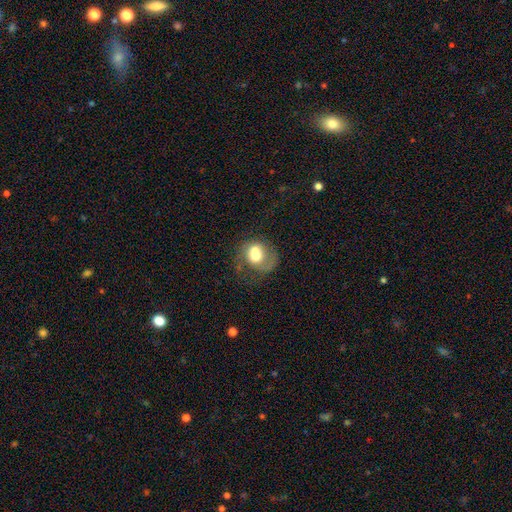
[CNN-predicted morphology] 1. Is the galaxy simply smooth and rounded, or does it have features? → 52% smooth, 39% featured or disk, 9% star or artifact.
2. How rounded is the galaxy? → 64% round, 35% in between, 1% cigar-shaped.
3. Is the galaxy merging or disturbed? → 39% merger, 26% none, 19% major disturbance, 16% minor disturbance.